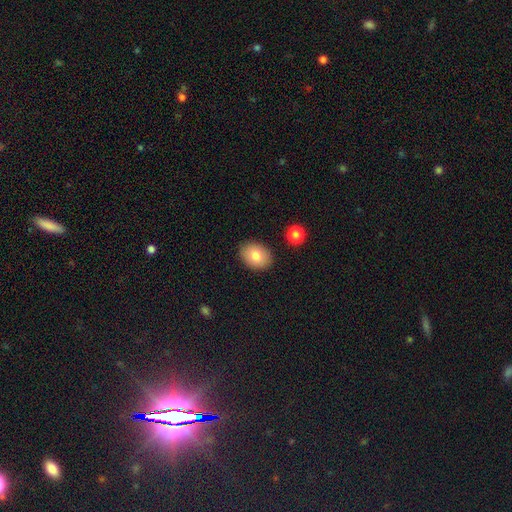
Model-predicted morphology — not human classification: This appears to be a smooth galaxy with no disk features (80%) that is in between round and cigar-shaped (68%). Merging: none (87%).